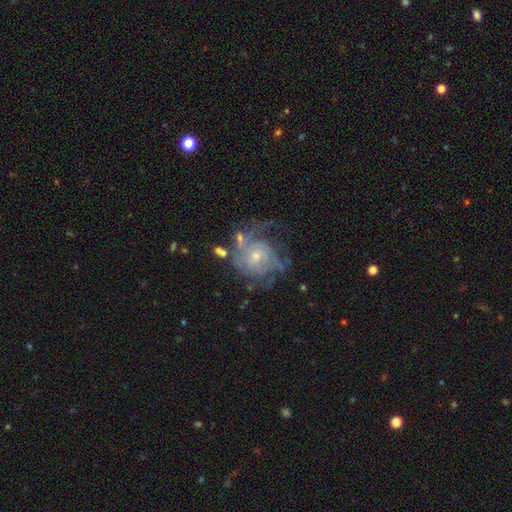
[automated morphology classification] type=featured or disk (81%); edge-on=no (98%); bar=no (72%); spiral arms=yes (89%); winding=tight (52%); arm count=can't tell (41%); bulge=small (58%); merging=none (51%).